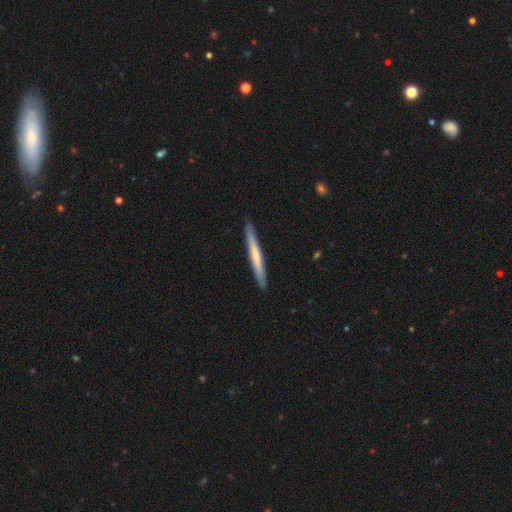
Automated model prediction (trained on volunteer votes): Smooth or featured: smooth — 54% (featured or disk — 41%)
How rounded: cigar-shaped — 97% (in between — 2%)
Merging: none — 91% (minor disturbance — 7%)